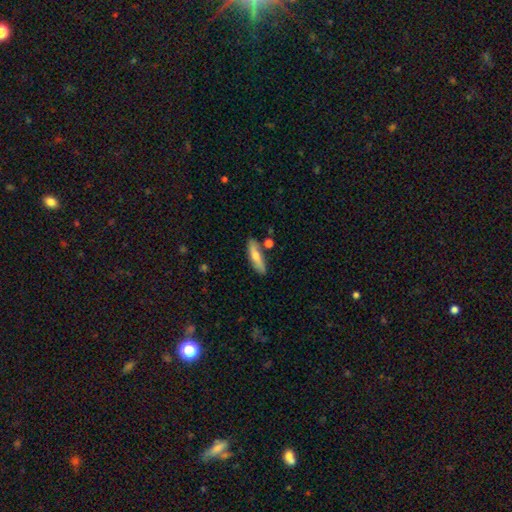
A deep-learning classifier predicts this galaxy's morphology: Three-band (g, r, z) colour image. It shows a smooth galaxy with no disk features (62%) that is cigar-shaped (64%). Merging: none (79%).